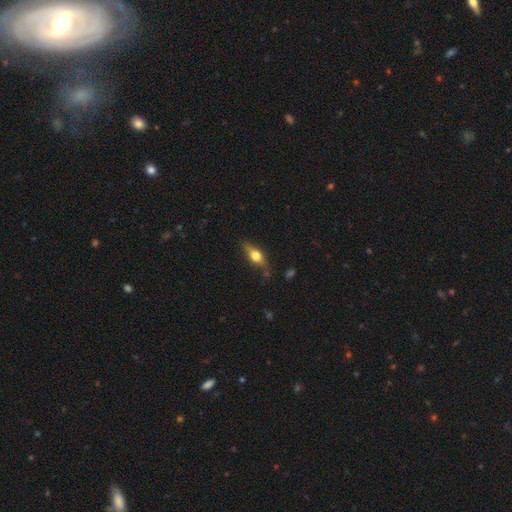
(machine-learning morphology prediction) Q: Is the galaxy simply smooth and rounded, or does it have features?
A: smooth — 55%.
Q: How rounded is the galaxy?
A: in between — 63%.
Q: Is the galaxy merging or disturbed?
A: none — 75%.